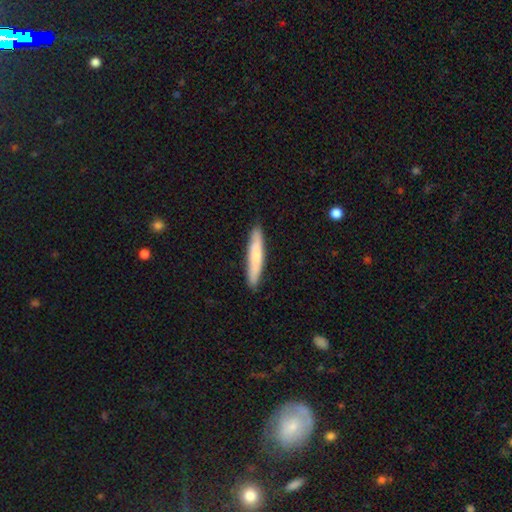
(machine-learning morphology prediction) The model was most divided on "smooth or featured": smooth: 70%, featured or disk: 25%, star or artifact: 5%. More confident: how rounded — cigar-shaped (92%); merging — none (89%).